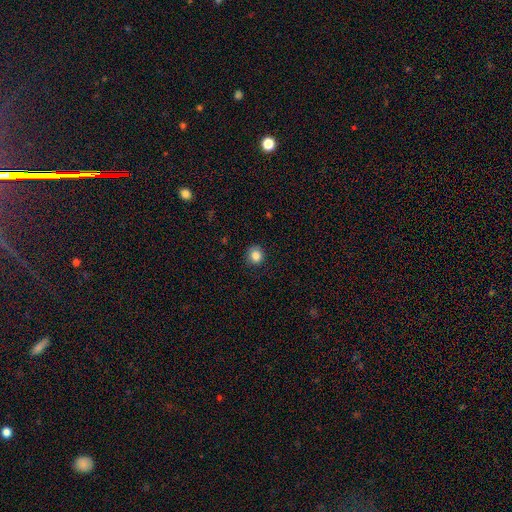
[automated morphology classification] Smooth or featured? Predicted: smooth (p=0.85). How rounded? Predicted: round (p=0.91). Merging? Predicted: none (p=0.88).